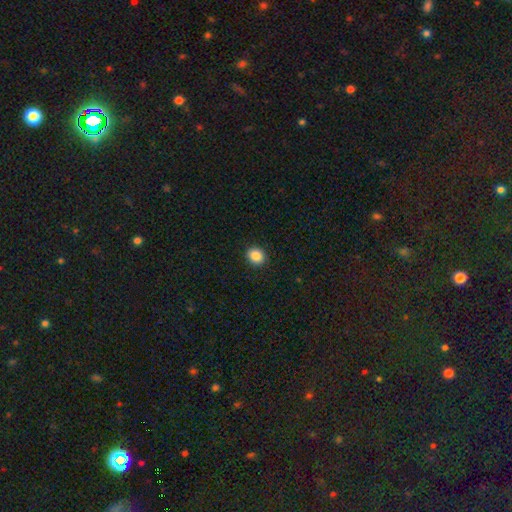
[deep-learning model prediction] Smooth or featured: smooth — 87% (star or artifact — 9%)
How rounded: round — 71% (in between — 28%)
Merging: none — 91% (minor disturbance — 6%)